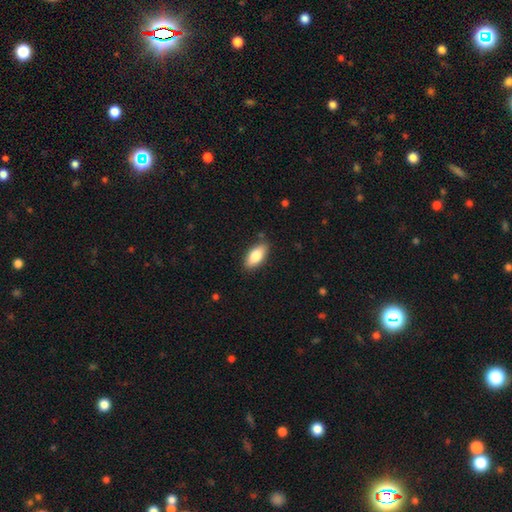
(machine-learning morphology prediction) This appears to be a smooth galaxy with no disk features (78%) that is in between round and cigar-shaped (87%). Merging: none (86%).